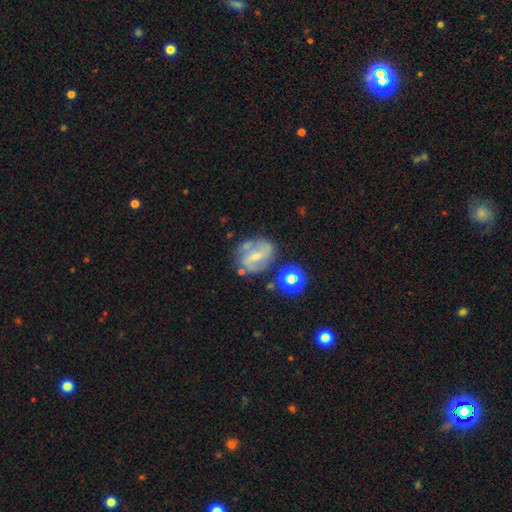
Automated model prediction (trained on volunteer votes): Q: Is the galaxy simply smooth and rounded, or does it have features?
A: featured or disk — 57%.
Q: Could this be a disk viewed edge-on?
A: no — 95%.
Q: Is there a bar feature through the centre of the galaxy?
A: weak — 47%.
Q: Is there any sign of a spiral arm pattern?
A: yes — 67%.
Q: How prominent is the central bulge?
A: small — 61%.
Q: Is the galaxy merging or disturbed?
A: none — 62%.